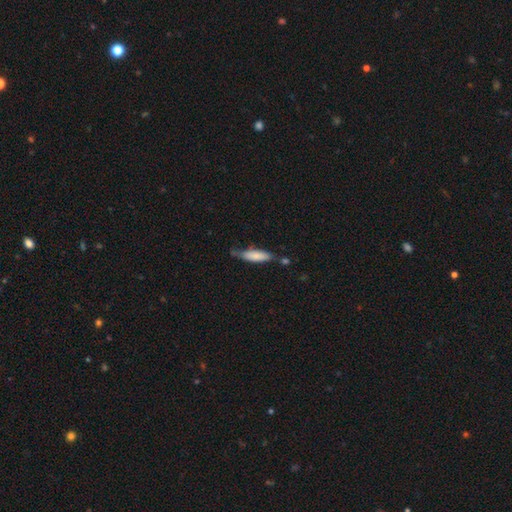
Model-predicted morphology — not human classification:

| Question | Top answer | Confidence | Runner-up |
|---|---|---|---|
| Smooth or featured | smooth | 77% | featured or disk (17%) |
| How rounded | cigar-shaped | 62% | in between (37%) |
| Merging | none | 55% | minor disturbance (29%) |